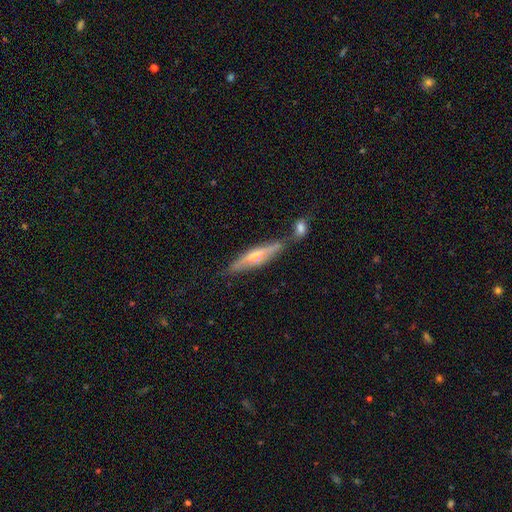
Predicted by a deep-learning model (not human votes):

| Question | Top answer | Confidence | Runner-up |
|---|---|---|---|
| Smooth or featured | featured or disk | 60% | smooth (33%) |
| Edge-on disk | yes | 90% | no (10%) |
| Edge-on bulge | rounded | 67% | boxy (17%) |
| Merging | none | 59% | merger (21%) |